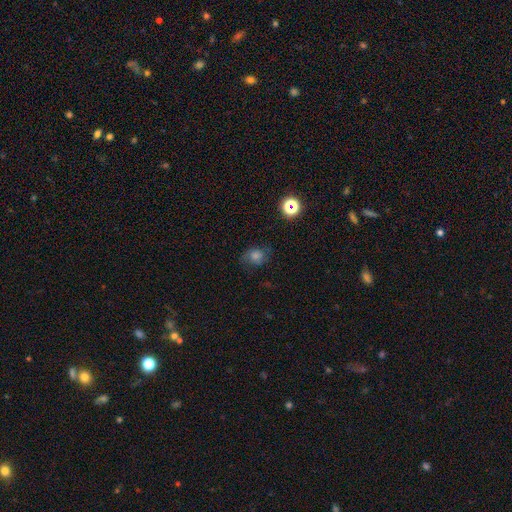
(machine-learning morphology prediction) type=smooth (58%); roundness=round (57%); merging=none (65%).